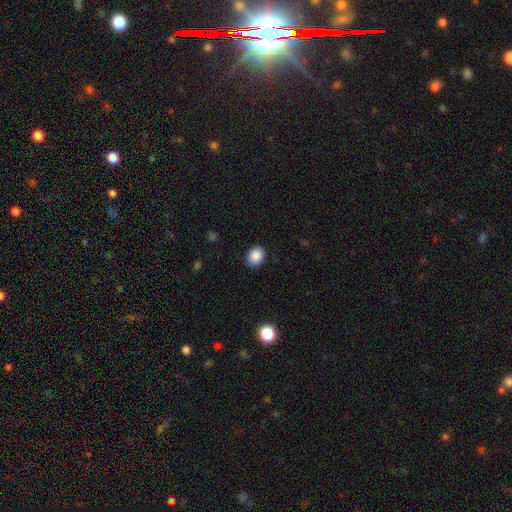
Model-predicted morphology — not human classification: Q: Smooth or featured?
A: smooth (88%); runner-up: star or artifact (9%)
Q: How rounded?
A: round (54%); runner-up: in between (45%)
Q: Merging?
A: none (87%); runner-up: minor disturbance (10%)